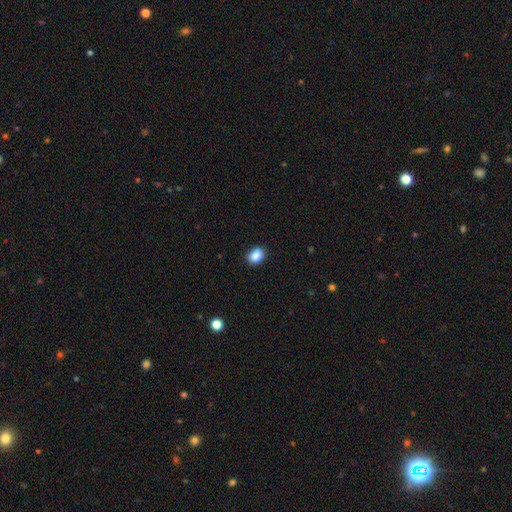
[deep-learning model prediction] Morphology: type=smooth (87%); roundness=in between (63%); merging=none (88%).